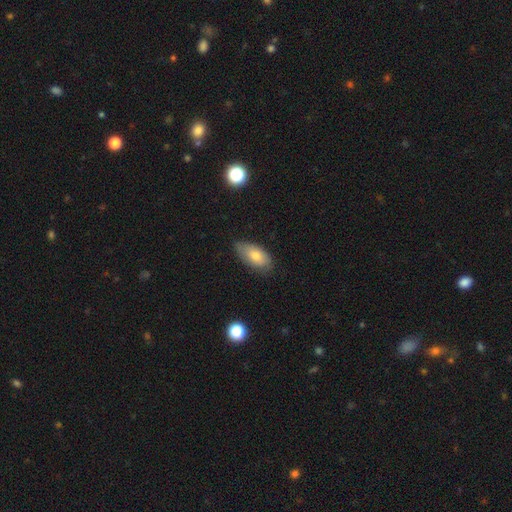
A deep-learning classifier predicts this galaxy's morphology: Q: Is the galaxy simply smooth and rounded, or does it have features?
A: smooth — 76%.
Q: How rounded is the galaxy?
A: in between — 91%.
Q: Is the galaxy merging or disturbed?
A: none — 72%.